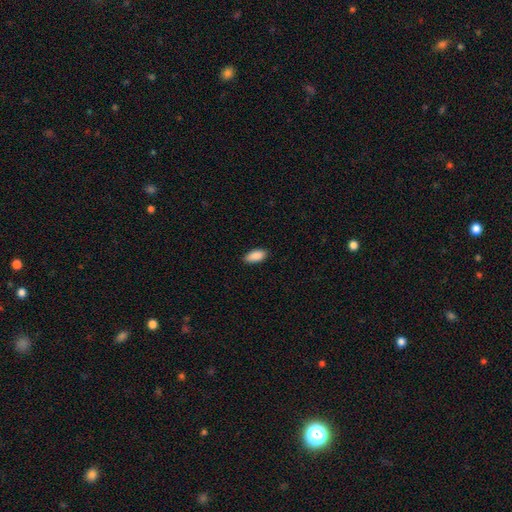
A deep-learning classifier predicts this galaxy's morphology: The model was most divided on "merging": none: 88%, minor disturbance: 9%, major disturbance: 2%, merger: 1%. More confident: how rounded — in between (91%); smooth or featured — smooth (90%).